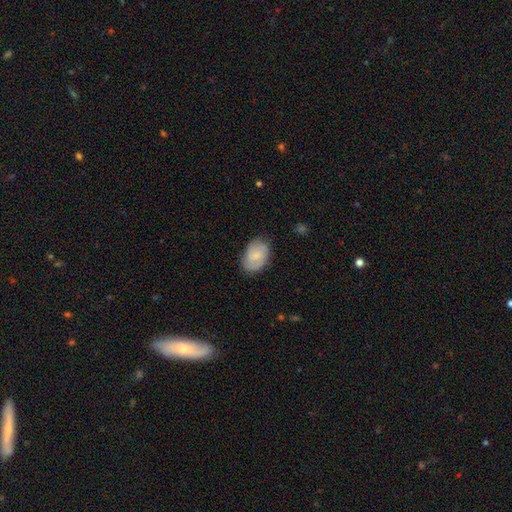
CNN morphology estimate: Smooth or featured: smooth — 60% (featured or disk — 33%)
How rounded: in between — 84% (round — 14%)
Merging: none — 77% (minor disturbance — 18%)